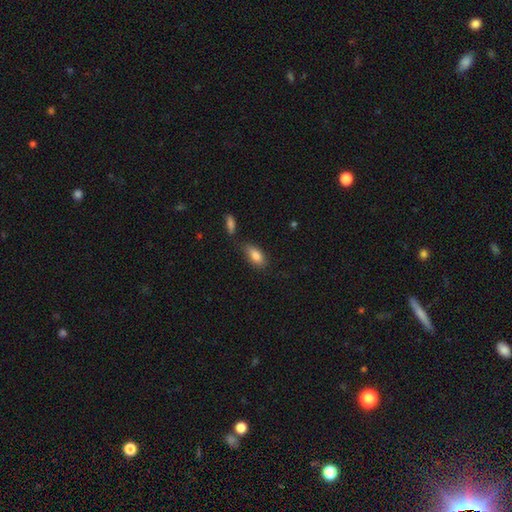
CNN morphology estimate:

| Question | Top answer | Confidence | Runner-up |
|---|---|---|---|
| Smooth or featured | smooth | 83% | featured or disk (9%) |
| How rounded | in between | 86% | cigar-shaped (11%) |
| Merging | none | 62% | minor disturbance (23%) |